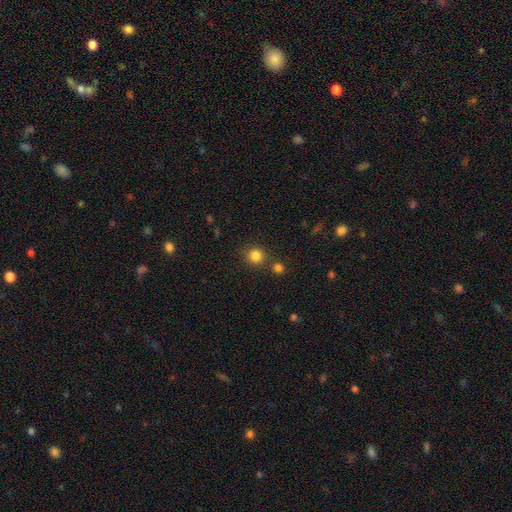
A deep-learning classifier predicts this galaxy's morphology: Q: Smooth or featured?
A: smooth (83%); runner-up: star or artifact (12%)
Q: How rounded?
A: round (90%); runner-up: in between (9%)
Q: Merging?
A: none (78%); runner-up: merger (11%)